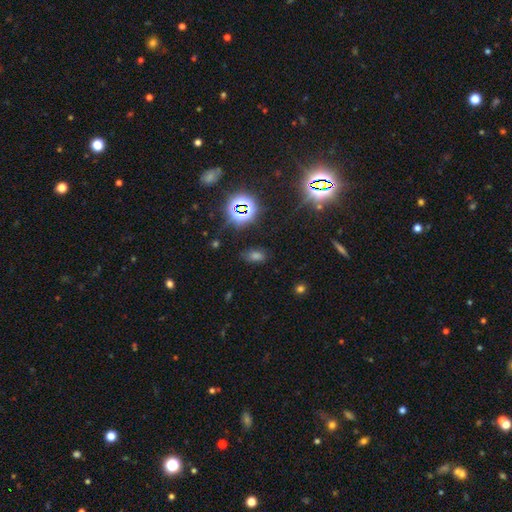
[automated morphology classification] Overall: star or artifact (48%; smooth 42%).